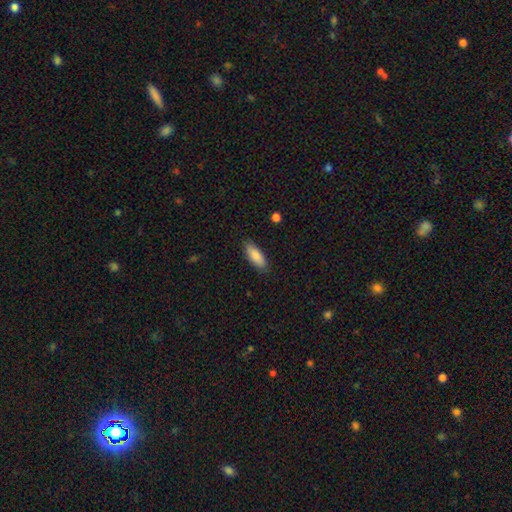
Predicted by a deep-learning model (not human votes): smooth 87%, featured or disk 7%, star or artifact 6%. Down the decision tree: how rounded — in between (70%); merging — none (86%).